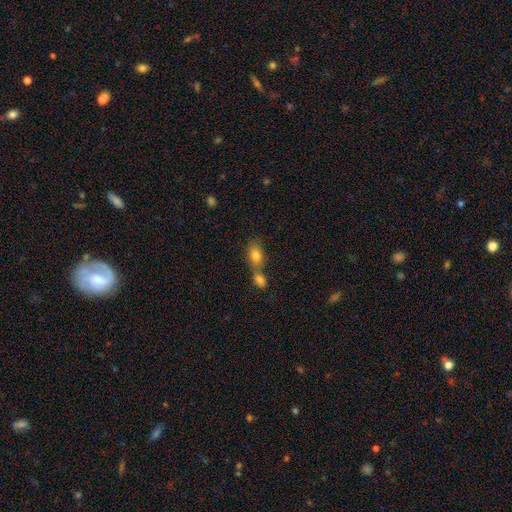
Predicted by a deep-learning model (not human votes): Q: Smooth or featured?
A: smooth (80%); runner-up: featured or disk (11%)
Q: How rounded?
A: in between (78%); runner-up: round (19%)
Q: Merging?
A: merger (54%); runner-up: none (34%)